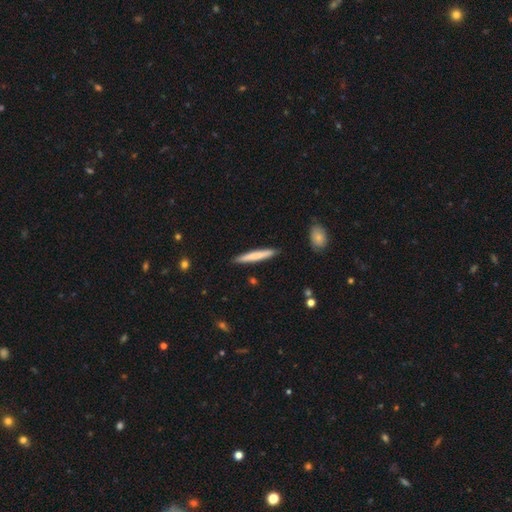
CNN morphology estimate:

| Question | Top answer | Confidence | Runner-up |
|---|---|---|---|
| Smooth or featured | smooth | 72% | featured or disk (23%) |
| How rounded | cigar-shaped | 95% | in between (4%) |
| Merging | none | 90% | minor disturbance (8%) |